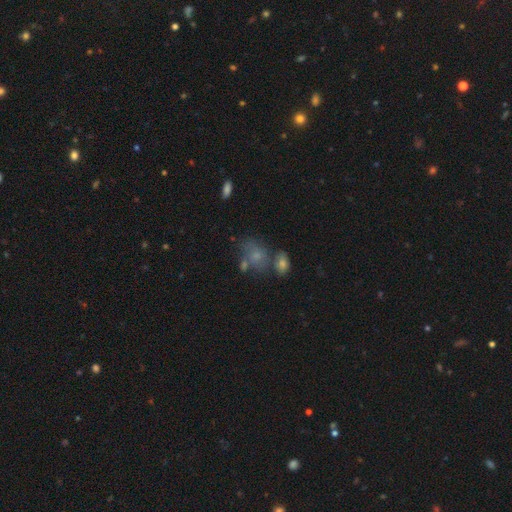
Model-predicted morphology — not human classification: smooth-or-featured: smooth: 61% | featured or disk: 24% | star or artifact: 15%
  how-rounded: in between: 57% | round: 42% | cigar-shaped: 2%
  merging: none: 40% | merger: 29% | minor disturbance: 19% | major disturbance: 12%